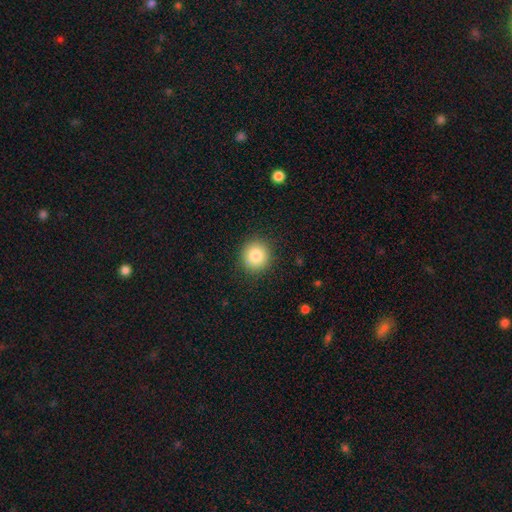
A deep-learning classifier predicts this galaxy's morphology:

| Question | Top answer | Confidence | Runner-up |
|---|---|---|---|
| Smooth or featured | smooth | 84% | star or artifact (10%) |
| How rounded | round | 91% | in between (8%) |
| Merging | none | 90% | minor disturbance (6%) |